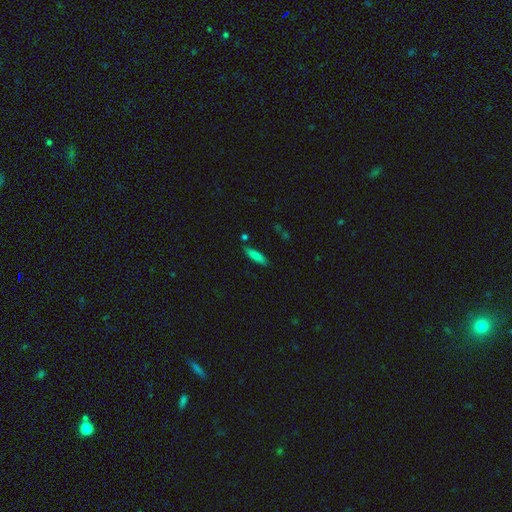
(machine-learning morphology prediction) Q: Smooth or featured?
A: smooth (78%); runner-up: featured or disk (14%)
Q: How rounded?
A: cigar-shaped (74%); runner-up: in between (24%)
Q: Merging?
A: none (83%); runner-up: minor disturbance (11%)